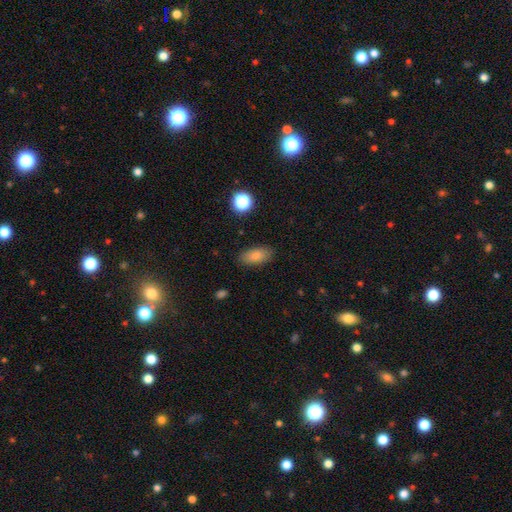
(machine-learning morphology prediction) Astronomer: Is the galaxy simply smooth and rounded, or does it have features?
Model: smooth — 84%.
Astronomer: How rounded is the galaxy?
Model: in between — 88%.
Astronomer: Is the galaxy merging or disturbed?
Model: none — 85%.